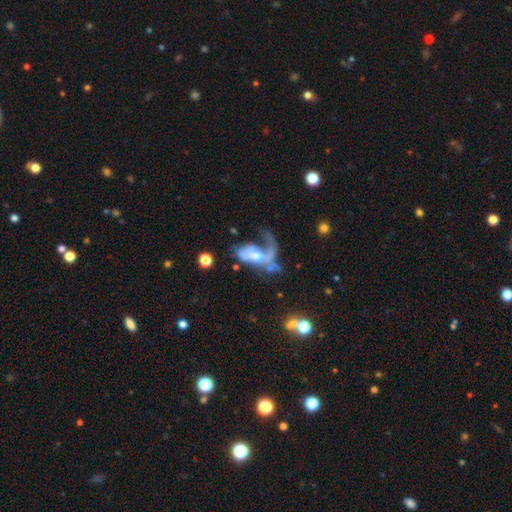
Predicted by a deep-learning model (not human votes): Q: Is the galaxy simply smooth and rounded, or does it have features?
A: featured or disk — 69%.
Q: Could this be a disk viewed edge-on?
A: no — 94%.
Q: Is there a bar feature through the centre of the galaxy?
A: no — 67%.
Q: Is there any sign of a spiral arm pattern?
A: yes — 62%.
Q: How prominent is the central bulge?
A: moderate — 55%.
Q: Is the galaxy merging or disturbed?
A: major disturbance — 54%.